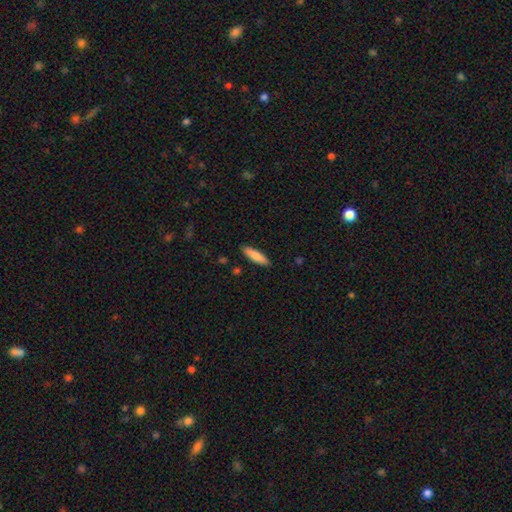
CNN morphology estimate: Smooth or featured? smooth (80%)
How rounded? cigar-shaped (68%)
Merging? none (89%)